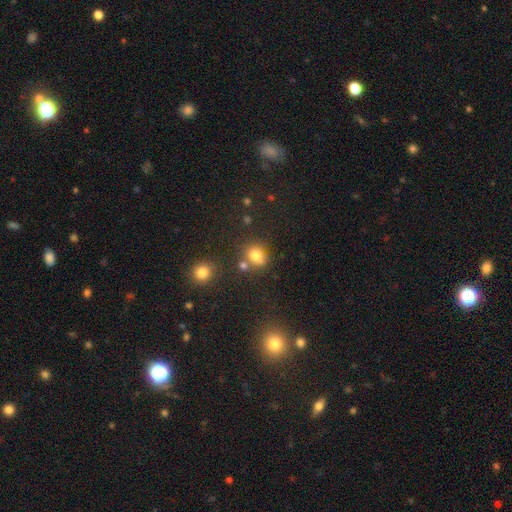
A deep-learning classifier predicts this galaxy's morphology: The model was most divided on "how rounded": round: 63%, in between: 36%, cigar-shaped: 1%. More confident: smooth or featured — smooth (77%); merging — none (61%).